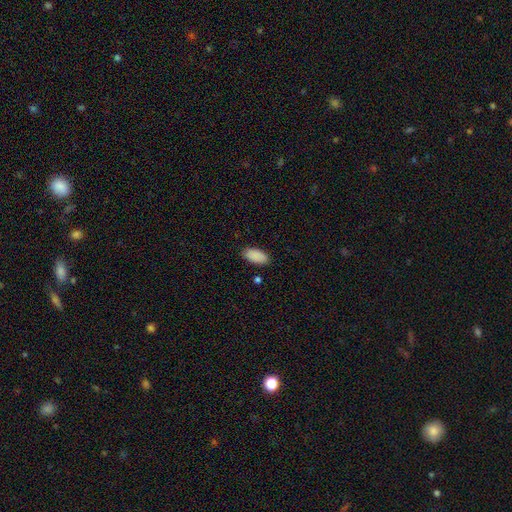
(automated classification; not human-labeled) Smooth or featured?
  - smooth: 90% *
  - star or artifact: 6%
  - featured or disk: 3%
How rounded?
  - in between: 92% *
  - cigar-shaped: 6%
  - round: 2%
Merging?
  - none: 87% *
  - minor disturbance: 9%
  - major disturbance: 2%
  - merger: 2%